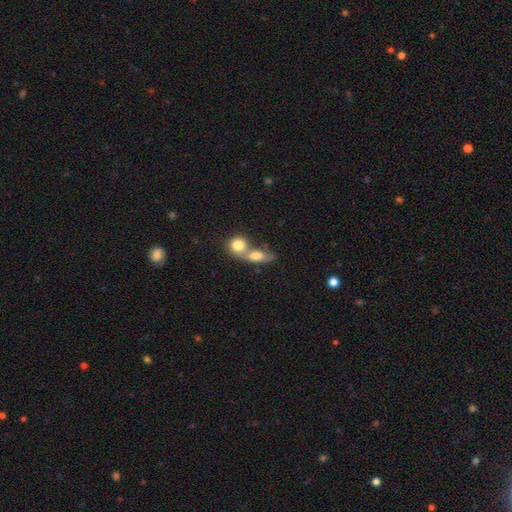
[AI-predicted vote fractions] smooth 73%, featured or disk 19%, star or artifact 8%. Down the decision tree: how rounded — in between (55%); merging — merger (66%).